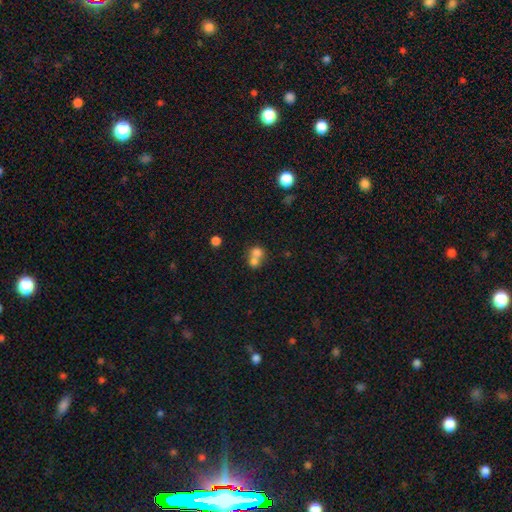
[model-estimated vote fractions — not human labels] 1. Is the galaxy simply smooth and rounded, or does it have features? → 73% smooth, 16% featured or disk, 11% star or artifact.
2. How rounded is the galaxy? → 72% round, 27% in between, 1% cigar-shaped.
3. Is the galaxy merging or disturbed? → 68% merger, 25% none, 5% minor disturbance, 3% major disturbance.